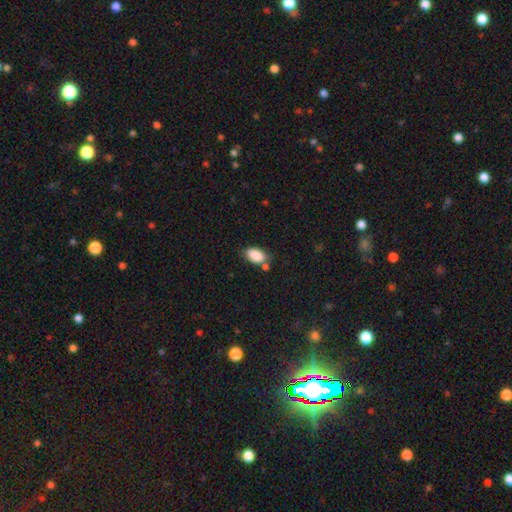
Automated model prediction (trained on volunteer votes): Smooth or featured? smooth (87%)
How rounded? in between (91%)
Merging? none (65%)